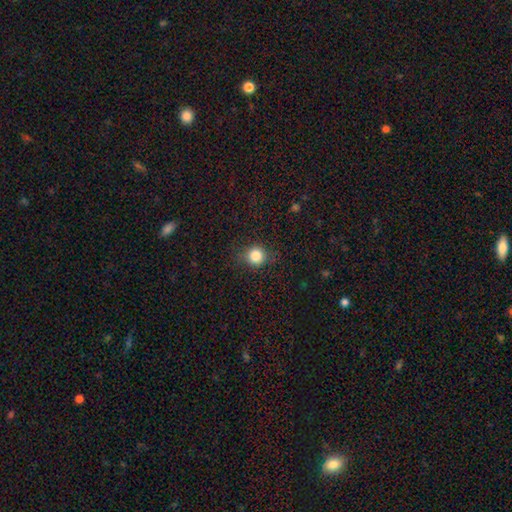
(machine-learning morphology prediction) type=smooth (83%); roundness=round (89%); merging=none (82%).